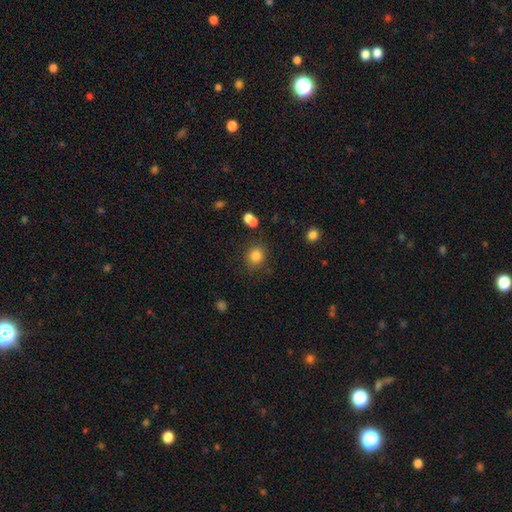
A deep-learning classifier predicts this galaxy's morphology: The model was most divided on "how rounded": round: 79%, in between: 20%, cigar-shaped: 1%. More confident: smooth or featured — smooth (82%); merging — none (80%).